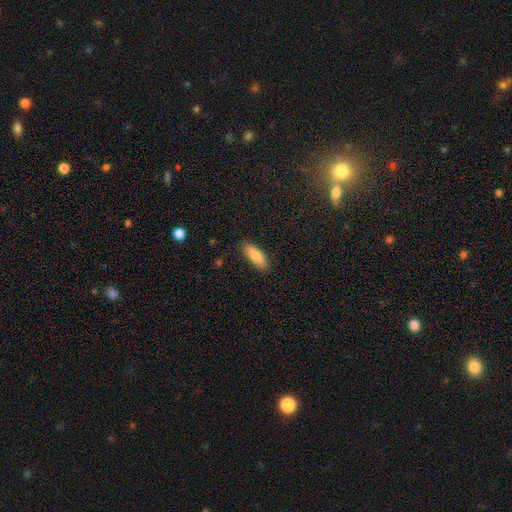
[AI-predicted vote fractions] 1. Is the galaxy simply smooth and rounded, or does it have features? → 83% smooth, 11% featured or disk, 6% star or artifact.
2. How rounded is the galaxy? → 64% in between, 34% cigar-shaped, 2% round.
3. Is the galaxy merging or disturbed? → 85% none, 11% minor disturbance, 2% major disturbance, 1% merger.